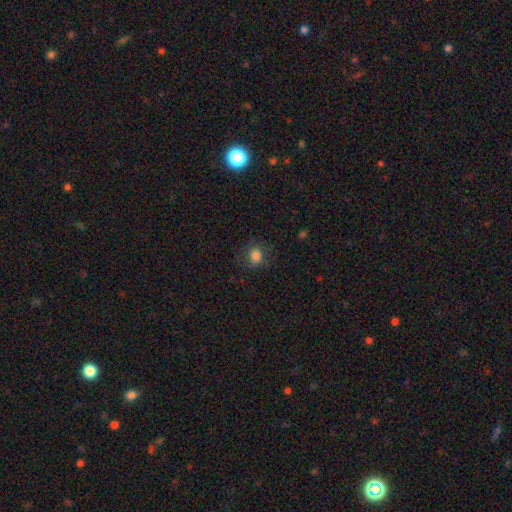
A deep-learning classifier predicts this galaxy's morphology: Overall: smooth (81%). How rounded: round (61%; in between 38%). Merging: none (78%).